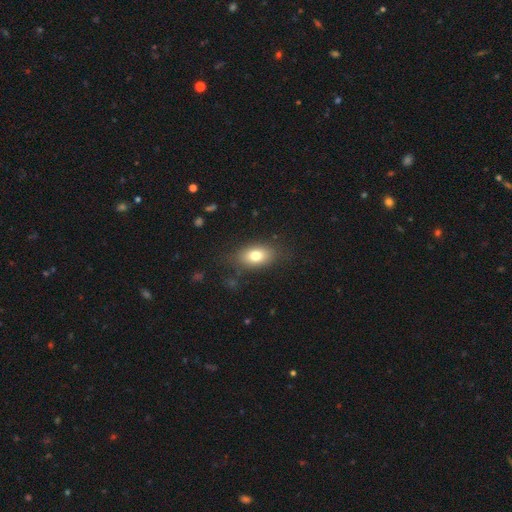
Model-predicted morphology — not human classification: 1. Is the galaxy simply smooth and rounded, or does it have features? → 77% smooth, 14% featured or disk, 9% star or artifact.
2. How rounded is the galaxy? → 84% in between, 13% round, 3% cigar-shaped.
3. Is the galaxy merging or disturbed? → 80% none, 14% minor disturbance, 5% major disturbance, 1% merger.